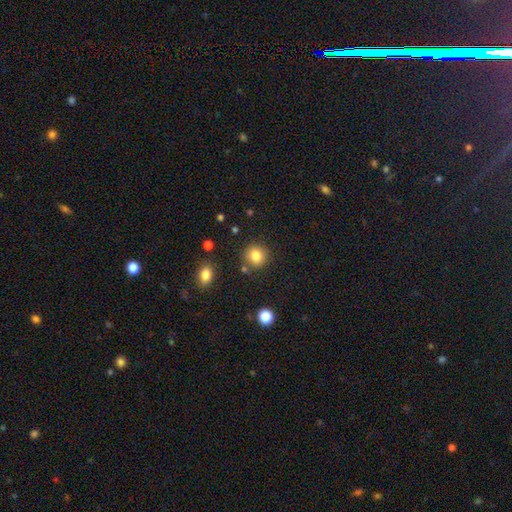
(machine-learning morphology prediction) A smooth galaxy with no disk features (84%) that is round (88%).

Vote fractions:
- Smooth or featured? smooth: 84% / star or artifact: 10% / featured or disk: 6%
- How rounded? round: 88% / in between: 11% / cigar-shaped: 1%
- Merging? none: 83% / minor disturbance: 9% / merger: 5% / major disturbance: 3%